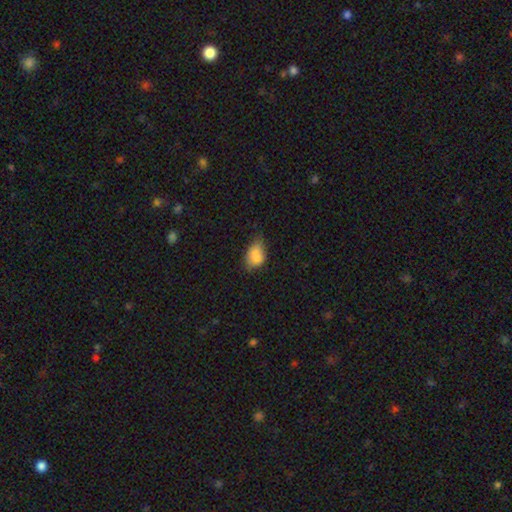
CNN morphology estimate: A smooth galaxy with no disk features (78%) that is in between round and cigar-shaped (82%). Merging: minor disturbance (42%).